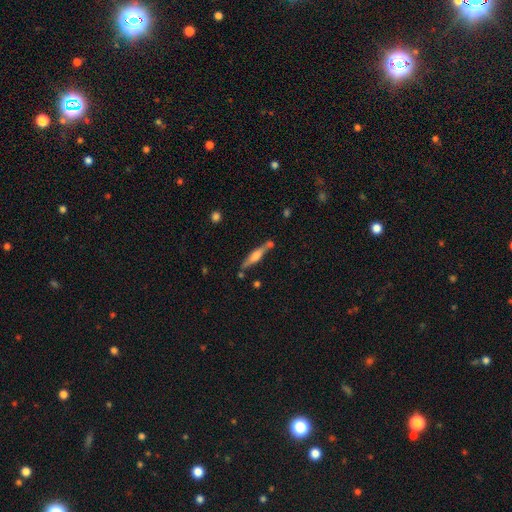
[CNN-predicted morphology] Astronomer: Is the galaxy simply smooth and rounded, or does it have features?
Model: featured or disk — 60%.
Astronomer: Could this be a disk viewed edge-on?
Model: yes — 96%.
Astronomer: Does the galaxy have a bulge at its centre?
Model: rounded — 71%.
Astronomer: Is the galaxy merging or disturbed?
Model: none — 73%.